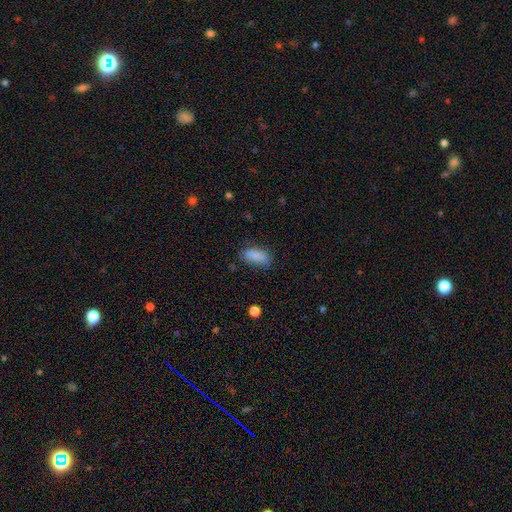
A smooth galaxy with no disk features (84%) that is in between round and cigar-shaped (94%).

Vote fractions:
- Smooth or featured? smooth: 84% / featured or disk: 11% / star or artifact: 5%
- How rounded? in between: 94% / round: 3% / cigar-shaped: 3%
- Merging? none: 81% / minor disturbance: 17% / major disturbance: 3% / merger: 0%